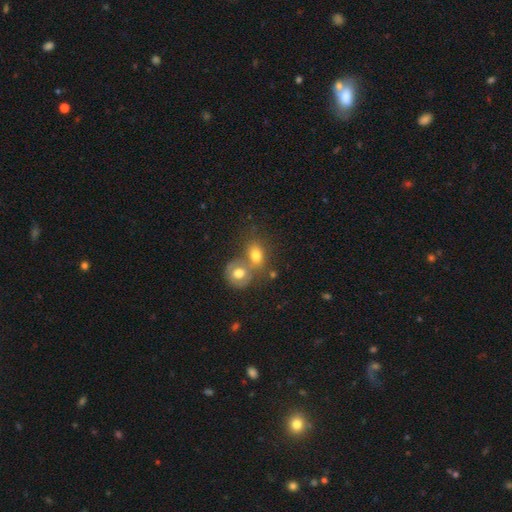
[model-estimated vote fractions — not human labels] smooth_or_featured: smooth (p=0.72) [alt: featured or disk p=0.18]
how_rounded: in between (p=0.58) [alt: round p=0.40]
merging: merger (p=0.54) [alt: none p=0.31]